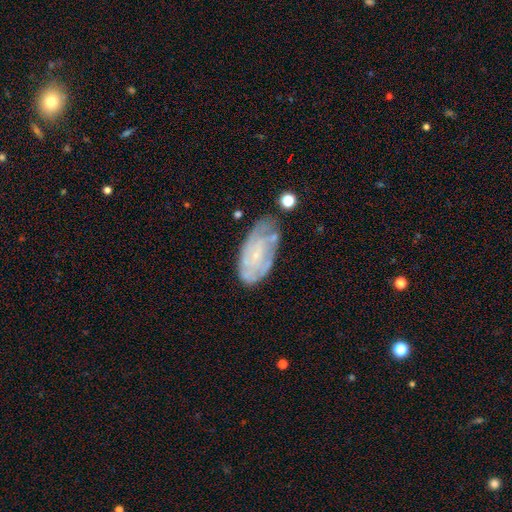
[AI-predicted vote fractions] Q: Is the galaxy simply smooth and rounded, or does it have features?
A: featured or disk — 70%.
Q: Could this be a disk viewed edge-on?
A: no — 95%.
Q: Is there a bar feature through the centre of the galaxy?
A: no — 65%.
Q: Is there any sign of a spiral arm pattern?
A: yes — 81%.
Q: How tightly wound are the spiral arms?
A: tight — 61%.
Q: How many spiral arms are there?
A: can't tell — 53%.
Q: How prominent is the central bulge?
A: small — 77%.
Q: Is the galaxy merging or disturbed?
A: none — 55%.